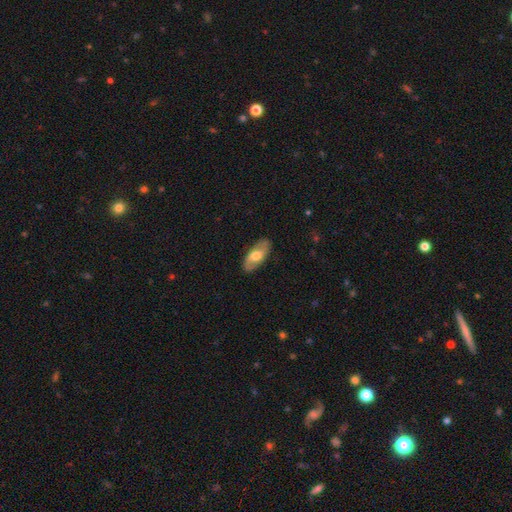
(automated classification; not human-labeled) smooth_or_featured: smooth (p=0.51) [alt: featured or disk p=0.43]
how_rounded: in between (p=0.86) [alt: cigar-shaped p=0.11]
merging: none (p=0.86) [alt: minor disturbance p=0.11]